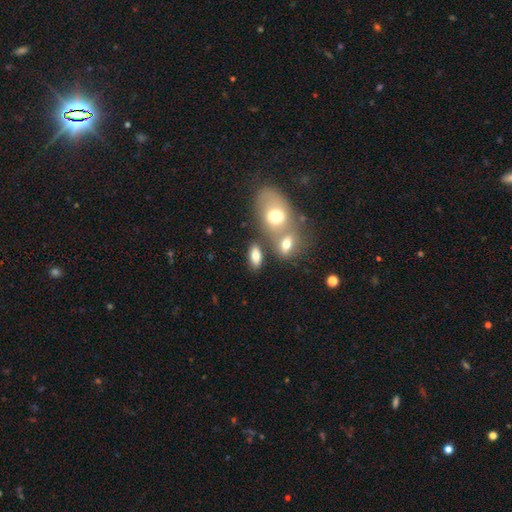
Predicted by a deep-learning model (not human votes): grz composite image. It shows a smooth galaxy with no disk features (76%) that is in between round and cigar-shaped (86%). Merging: none (65%).